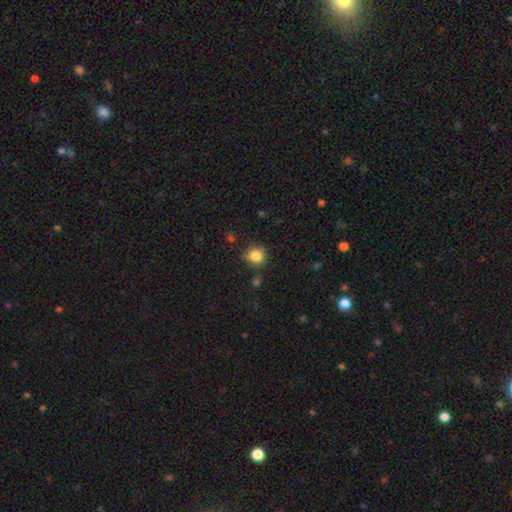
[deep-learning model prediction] Overall: smooth (79%). How rounded: round (78%). Merging: none (66%).